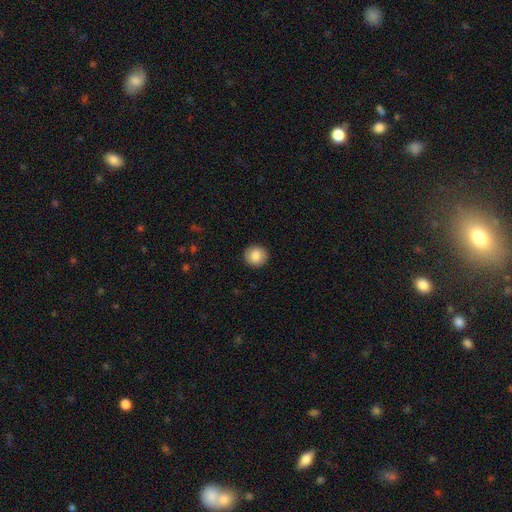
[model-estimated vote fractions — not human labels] smooth_or_featured: smooth (p=0.84) [alt: featured or disk p=0.08]
how_rounded: round (p=0.91) [alt: in between p=0.08]
merging: none (p=0.91) [alt: minor disturbance p=0.06]